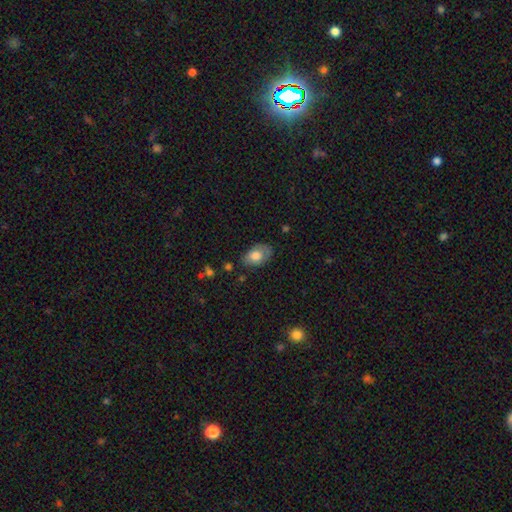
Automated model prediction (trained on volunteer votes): smooth-or-featured: smooth: 73% | featured or disk: 20% | star or artifact: 7%
  how-rounded: in between: 86% | round: 13% | cigar-shaped: 1%
  merging: none: 67% | minor disturbance: 24% | major disturbance: 7% | merger: 2%